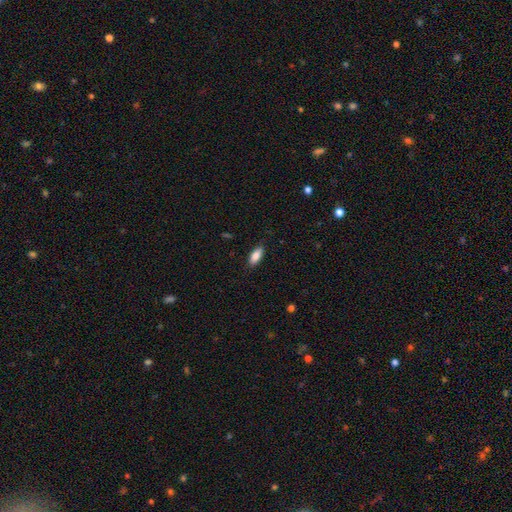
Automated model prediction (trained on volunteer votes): Smooth or featured? Predicted: smooth (p=0.86). How rounded? Predicted: in between (p=0.80). Merging? Predicted: none (p=0.85).